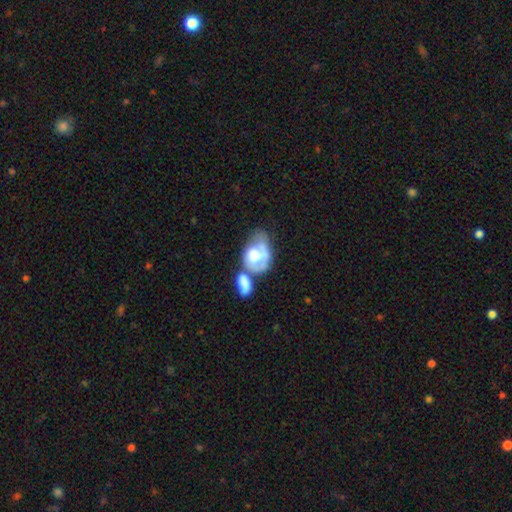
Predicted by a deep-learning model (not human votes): smooth_or_featured: smooth (p=0.54) [alt: featured or disk p=0.39]
how_rounded: in between (p=0.78) [alt: round p=0.20]
merging: merger (p=0.50) [alt: major disturbance p=0.21]